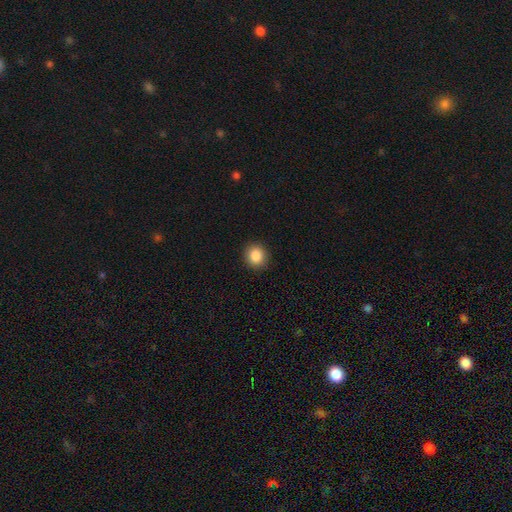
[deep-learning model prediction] This is clearly a smooth galaxy (87%). How rounded: clearly round (85%). Merging: clearly none (91%).